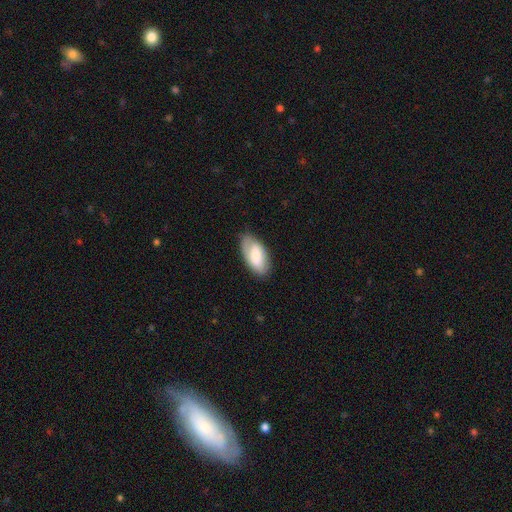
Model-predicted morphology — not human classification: A smooth galaxy with no disk features (65%) that is in between round and cigar-shaped (93%).

Vote fractions:
- Smooth or featured? smooth: 65% / featured or disk: 28% / star or artifact: 6%
- How rounded? in between: 93% / cigar-shaped: 4% / round: 3%
- Merging? none: 75% / minor disturbance: 19% / major disturbance: 5% / merger: 1%